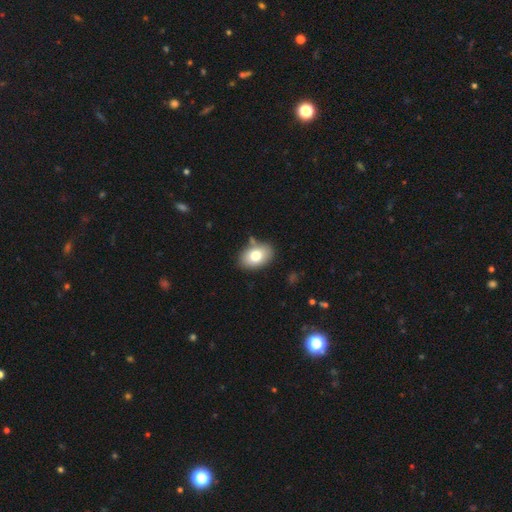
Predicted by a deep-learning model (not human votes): smooth-or-featured: smooth: 76% | featured or disk: 16% | star or artifact: 8%
  how-rounded: in between: 85% | round: 14% | cigar-shaped: 1%
  merging: none: 78% | minor disturbance: 13% | merger: 5% | major disturbance: 3%